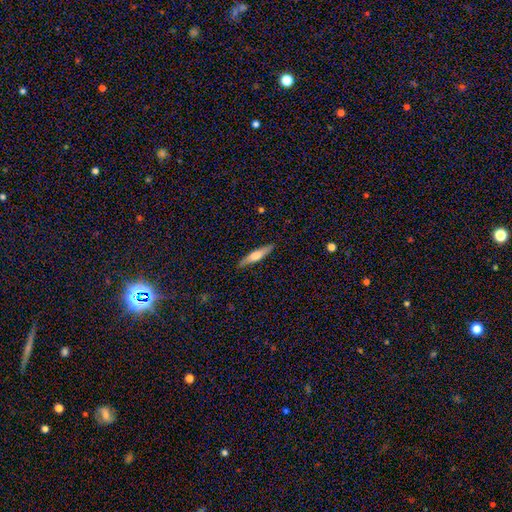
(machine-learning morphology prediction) A featured or disk galaxy (52%) viewed edge-on (95%). Merging: none (88%).